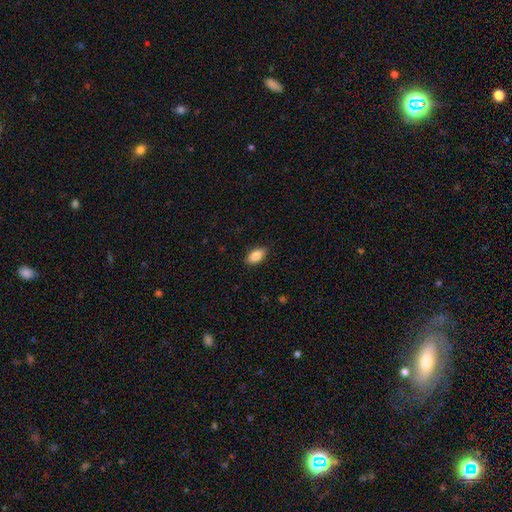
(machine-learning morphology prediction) Smooth or featured? smooth (86%)
How rounded? in between (92%)
Merging? none (88%)